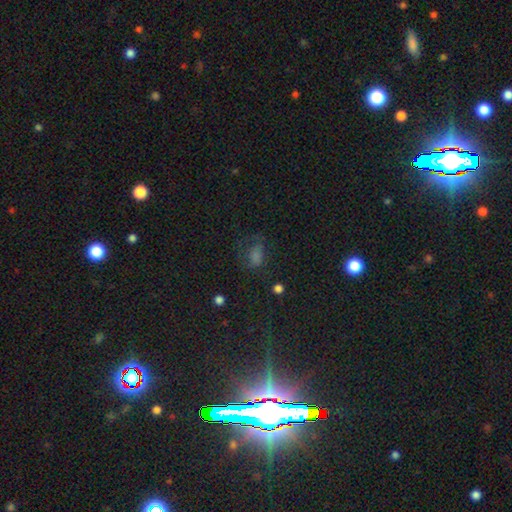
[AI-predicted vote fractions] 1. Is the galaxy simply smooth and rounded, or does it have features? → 45% smooth, 37% star or artifact, 18% featured or disk.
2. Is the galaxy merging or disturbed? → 53% none, 23% minor disturbance, 21% major disturbance, 3% merger.